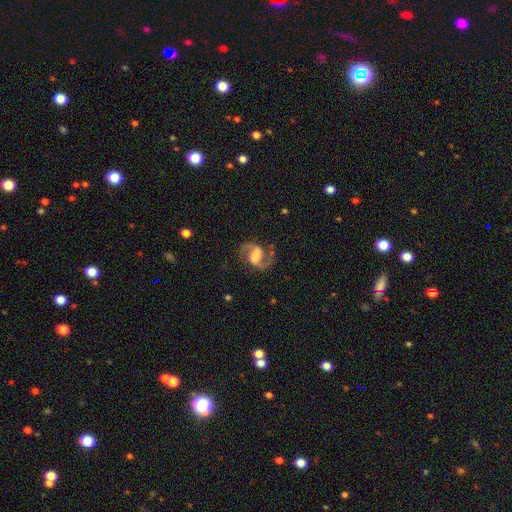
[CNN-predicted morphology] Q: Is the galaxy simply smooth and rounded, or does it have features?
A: featured or disk — 91%.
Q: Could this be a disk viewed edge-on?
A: no — 98%.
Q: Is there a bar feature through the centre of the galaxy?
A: weak — 47%.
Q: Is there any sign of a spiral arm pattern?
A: yes — 98%.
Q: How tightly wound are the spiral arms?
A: medium — 62%.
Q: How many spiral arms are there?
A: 2 — 94%.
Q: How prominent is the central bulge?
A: moderate — 44%.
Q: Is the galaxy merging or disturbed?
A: none — 80%.